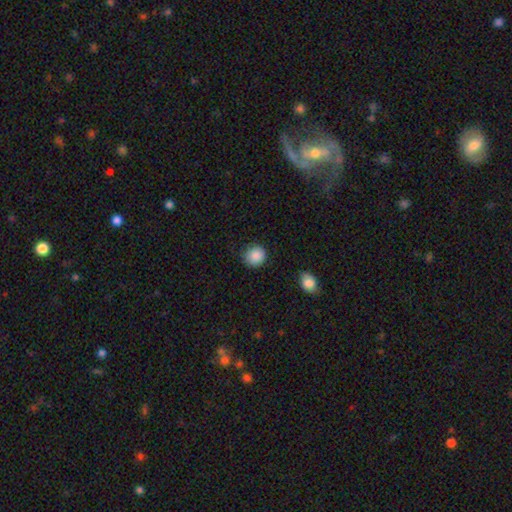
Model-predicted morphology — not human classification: smooth-or-featured: smooth: 88% | star or artifact: 9% | featured or disk: 3%
  how-rounded: round: 89% | in between: 10% | cigar-shaped: 1%
  merging: none: 82% | minor disturbance: 13% | major disturbance: 3% | merger: 2%